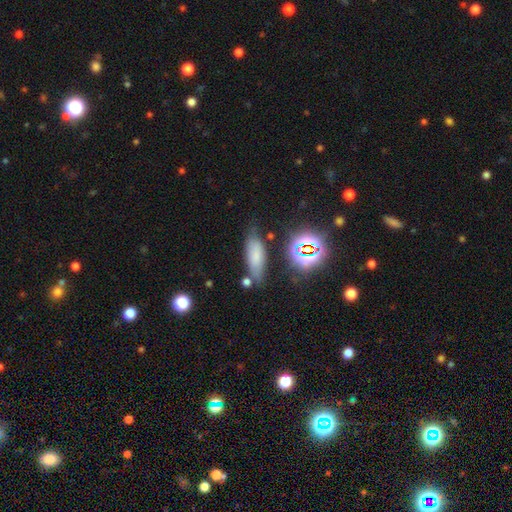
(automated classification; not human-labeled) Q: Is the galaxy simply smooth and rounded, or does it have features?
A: smooth — 66%.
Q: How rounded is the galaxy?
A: in between — 69%.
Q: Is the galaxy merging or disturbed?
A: none — 64%.